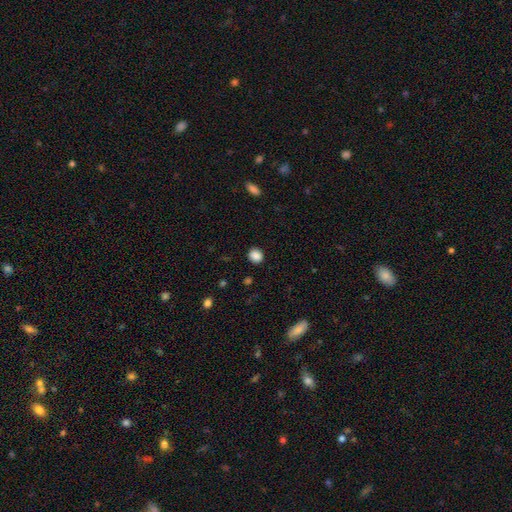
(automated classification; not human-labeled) smooth_or_featured: smooth (p=0.87) [alt: star or artifact p=0.09]
how_rounded: round (p=0.79) [alt: in between p=0.20]
merging: none (p=0.90) [alt: minor disturbance p=0.07]